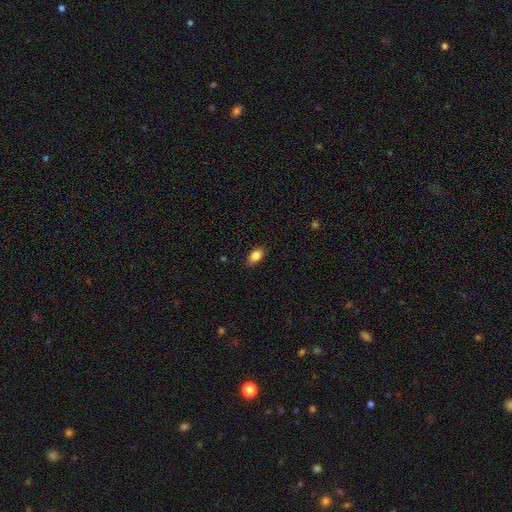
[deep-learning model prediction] A smooth galaxy with no disk features (85%) that is in between round and cigar-shaped (88%). Merging: none (87%).